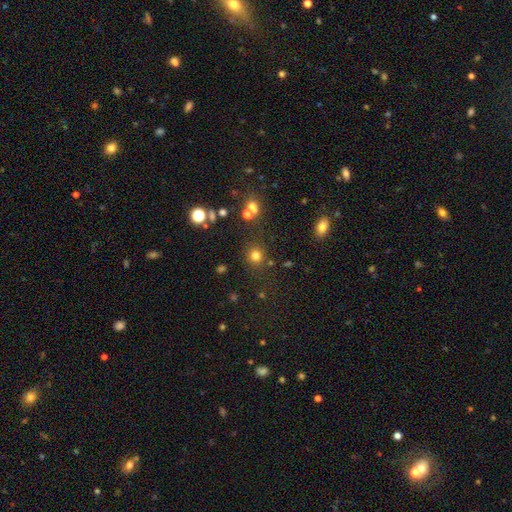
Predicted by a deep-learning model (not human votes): Smooth or featured: smooth — 75% (star or artifact — 19%)
How rounded: round — 90% (in between — 9%)
Merging: none — 81% (minor disturbance — 9%)